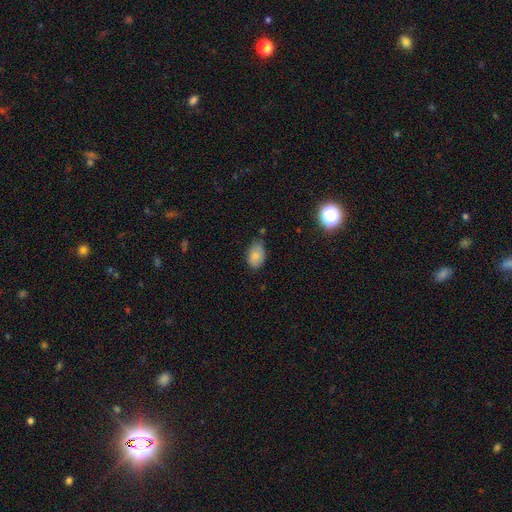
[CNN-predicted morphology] Q: Smooth or featured?
A: smooth (80%); runner-up: featured or disk (11%)
Q: How rounded?
A: in between (89%); runner-up: round (10%)
Q: Merging?
A: none (69%); runner-up: minor disturbance (24%)